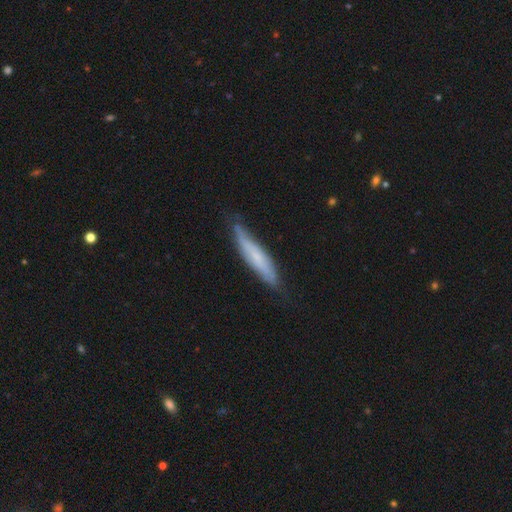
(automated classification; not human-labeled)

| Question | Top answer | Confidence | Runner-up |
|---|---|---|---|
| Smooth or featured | smooth | 49% | featured or disk (44%) |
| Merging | none | 71% | minor disturbance (23%) |